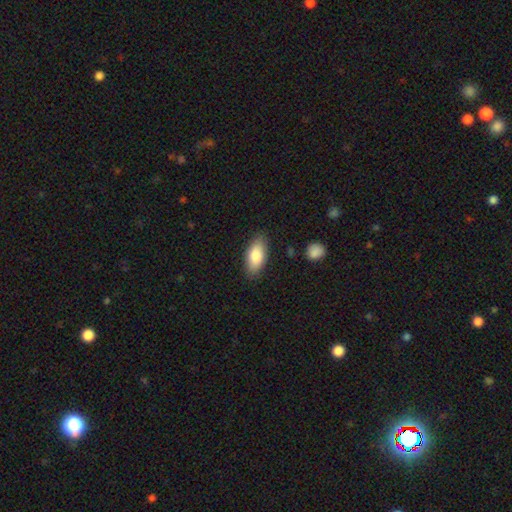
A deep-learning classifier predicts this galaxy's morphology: Smooth or featured? smooth (84%)
How rounded? in between (88%)
Merging? none (85%)